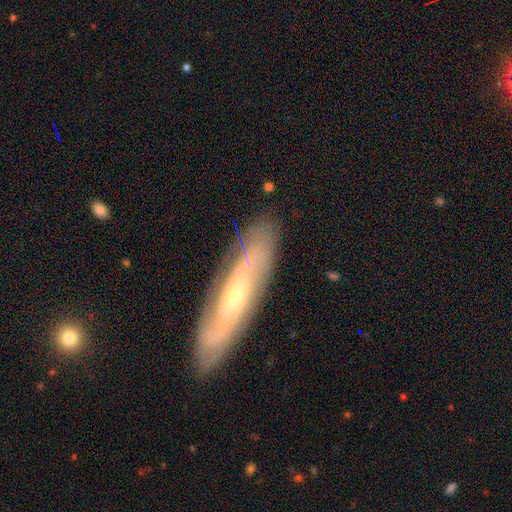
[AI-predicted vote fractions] Smooth or featured: featured or disk — 64% (smooth — 29%)
Edge-on disk: no — 70% (yes — 30%)
Merging: none — 77% (minor disturbance — 15%)